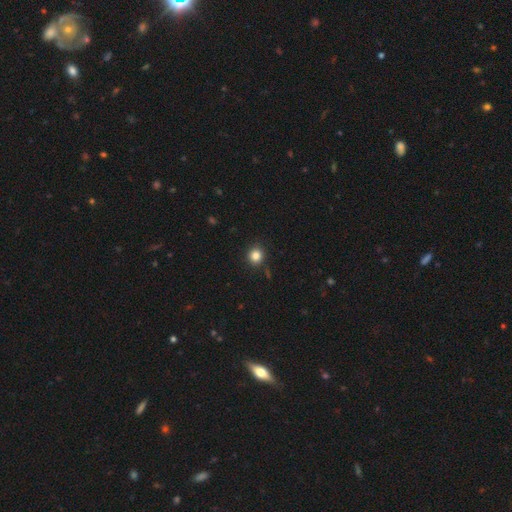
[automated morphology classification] Overall: smooth (83%). How rounded: round (88%). Merging: none (89%).